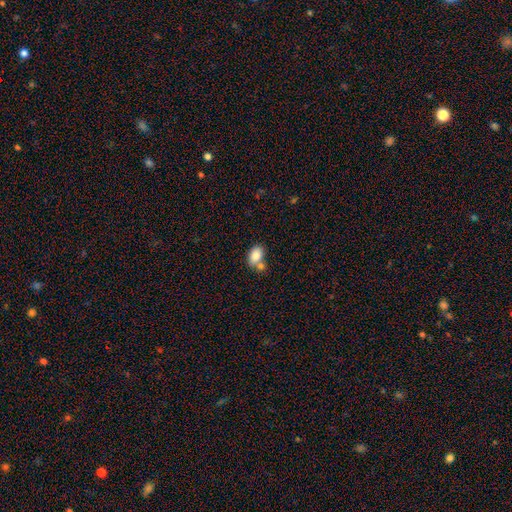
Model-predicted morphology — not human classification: smooth 82%, featured or disk 10%, star or artifact 8%. Down the decision tree: how rounded — in between (86%); merging — none (44%).